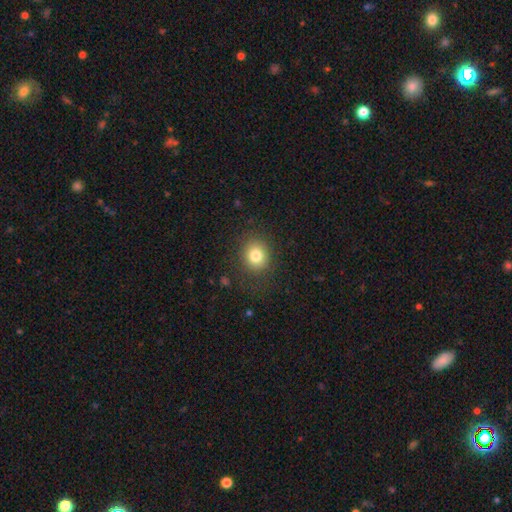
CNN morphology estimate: smooth-or-featured: smooth: 81% | star or artifact: 11% | featured or disk: 8%
  how-rounded: round: 74% | in between: 25% | cigar-shaped: 1%
  merging: none: 84% | minor disturbance: 10% | major disturbance: 5% | merger: 1%